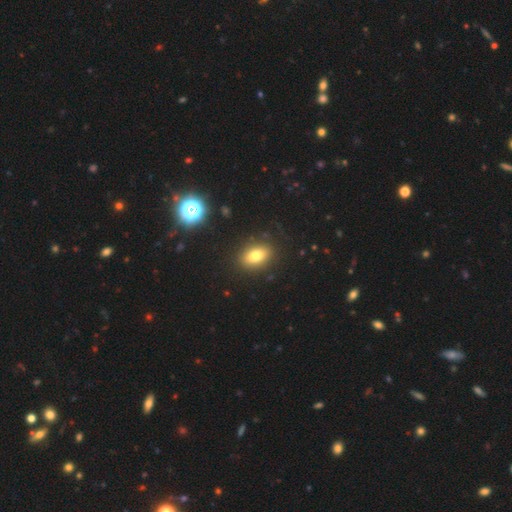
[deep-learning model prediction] Smooth or featured?
  - smooth: 78% *
  - featured or disk: 11%
  - star or artifact: 11%
How rounded?
  - in between: 82% *
  - round: 15%
  - cigar-shaped: 3%
Merging?
  - none: 87% *
  - minor disturbance: 9%
  - major disturbance: 3%
  - merger: 2%